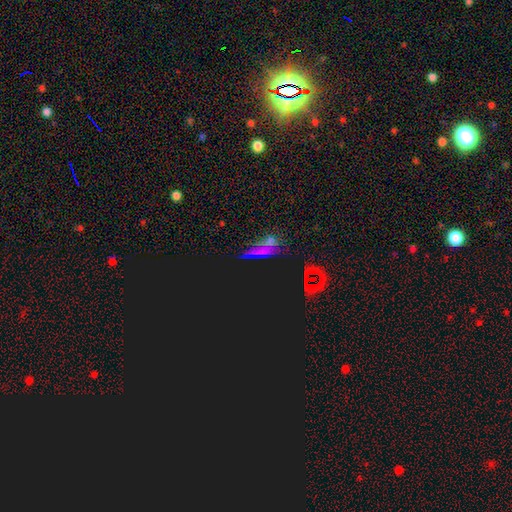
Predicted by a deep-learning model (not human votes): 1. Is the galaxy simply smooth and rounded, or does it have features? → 62% star or artifact, 25% smooth, 13% featured or disk.